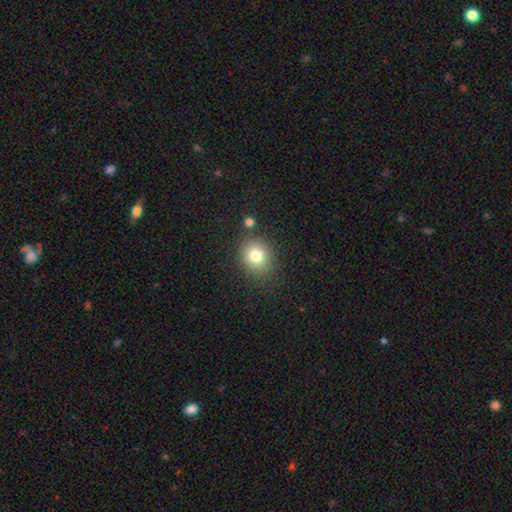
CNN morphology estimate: smooth_or_featured: smooth (p=0.79) [alt: star or artifact p=0.12]
how_rounded: round (p=0.70) [alt: in between p=0.29]
merging: none (p=0.80) [alt: minor disturbance p=0.10]